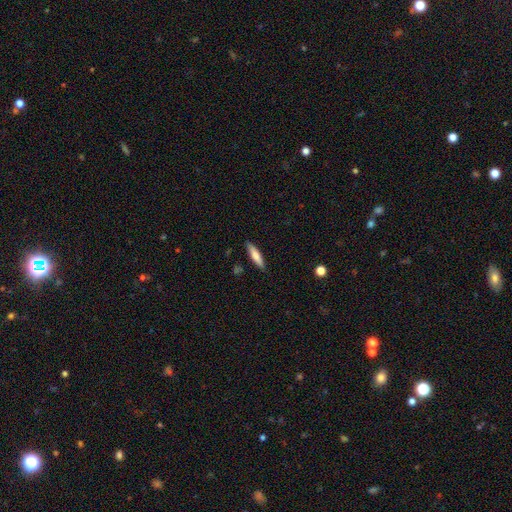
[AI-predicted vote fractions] Smooth or featured? smooth (73%)
How rounded? cigar-shaped (78%)
Merging? none (88%)